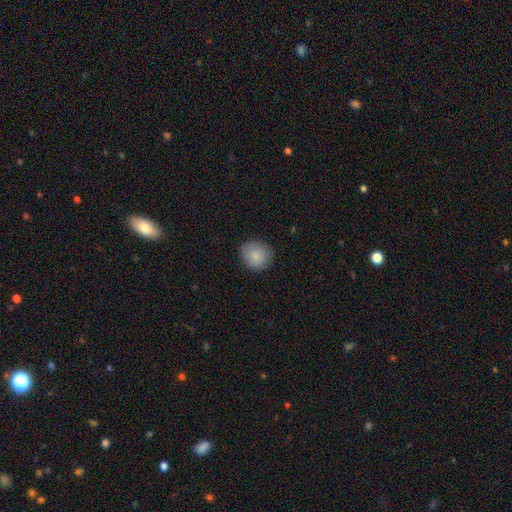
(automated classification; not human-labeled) Q: Smooth or featured?
A: smooth (86%); runner-up: star or artifact (8%)
Q: How rounded?
A: round (83%); runner-up: in between (16%)
Q: Merging?
A: none (86%); runner-up: minor disturbance (10%)